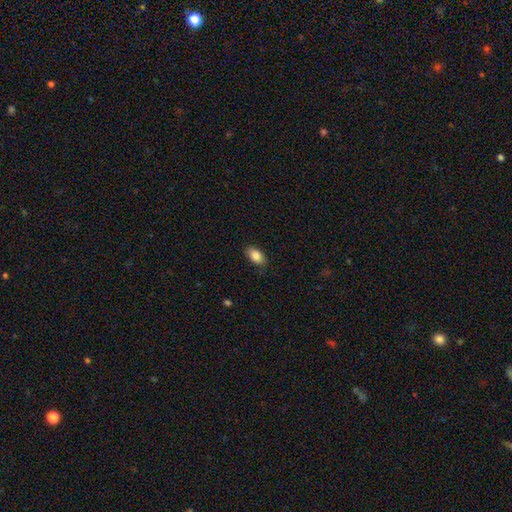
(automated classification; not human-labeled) This is clearly a smooth galaxy (87%). How rounded: clearly in between (92%). Merging: clearly none (84%).